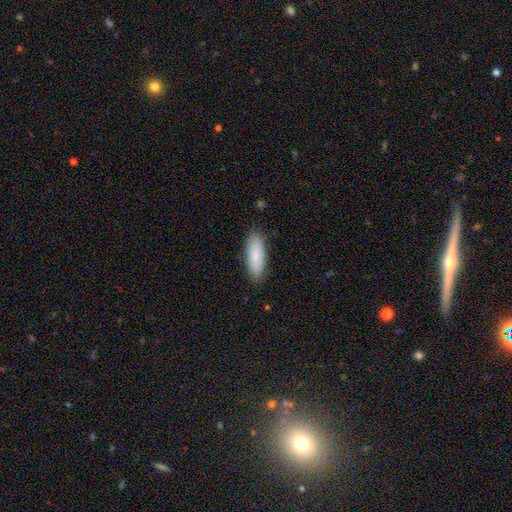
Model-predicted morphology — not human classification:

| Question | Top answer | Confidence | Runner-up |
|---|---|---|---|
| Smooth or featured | smooth | 87% | featured or disk (8%) |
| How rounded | in between | 68% | cigar-shaped (31%) |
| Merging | none | 86% | minor disturbance (10%) |